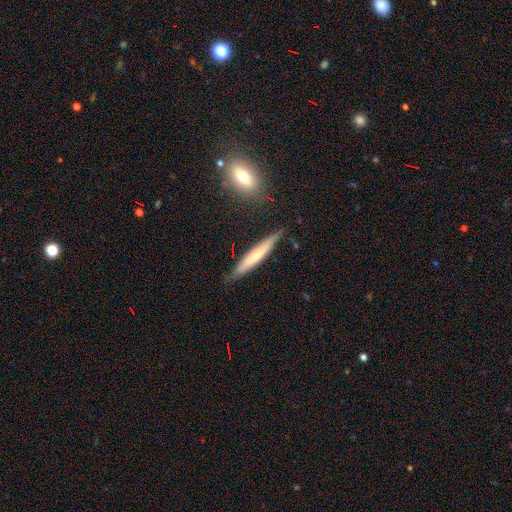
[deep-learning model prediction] A smooth galaxy with no disk features (52%) that is cigar-shaped (93%).

Vote fractions:
- Smooth or featured? smooth: 52% / featured or disk: 42% / star or artifact: 6%
- How rounded? cigar-shaped: 93% / in between: 6% / round: 1%
- Merging? none: 80% / minor disturbance: 15% / major disturbance: 3% / merger: 3%